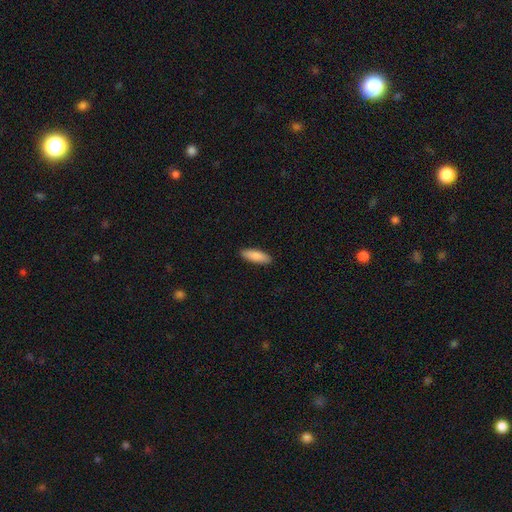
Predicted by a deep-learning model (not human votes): smooth 87%, featured or disk 8%, star or artifact 5%. Down the decision tree: how rounded — in between (54%); merging — none (90%).